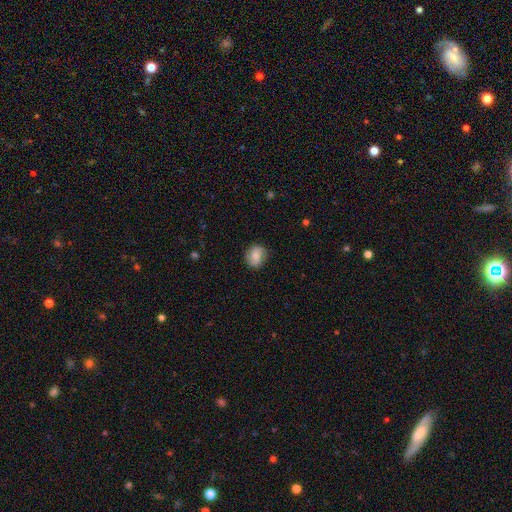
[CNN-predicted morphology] A smooth galaxy with no disk features (67%) that is round (70%). Merging: none (81%).